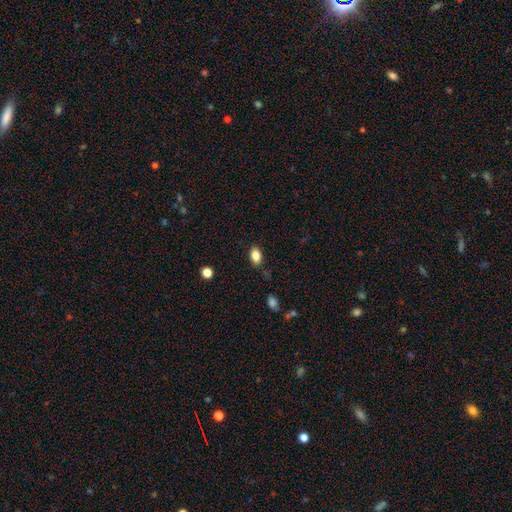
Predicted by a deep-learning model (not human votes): Morphology: type=smooth (84%); roundness=in between (88%); merging=none (84%).